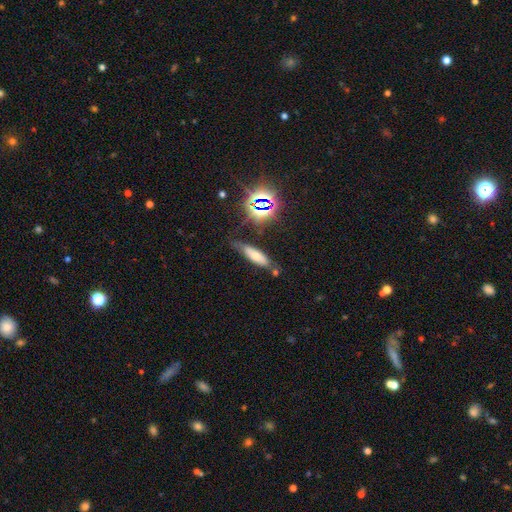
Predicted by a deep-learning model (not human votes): smooth 58%, featured or disk 24%, star or artifact 18%. Down the decision tree: how rounded — cigar-shaped (53%); merging — none (66%).